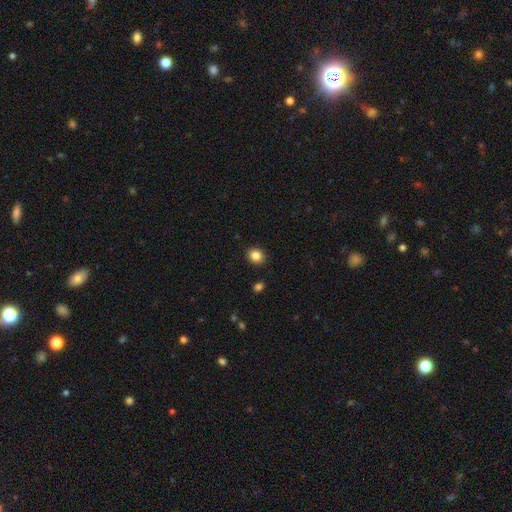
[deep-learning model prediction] smooth 85%, star or artifact 10%, featured or disk 4%. Down the decision tree: how rounded — round (69%); merging — none (91%).